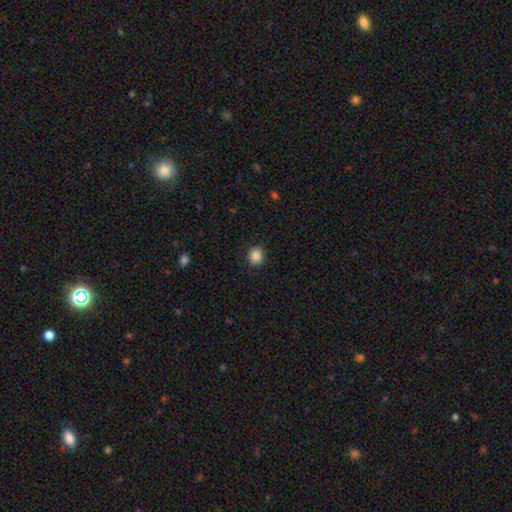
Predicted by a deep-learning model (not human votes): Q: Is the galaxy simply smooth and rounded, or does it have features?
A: smooth — 87%.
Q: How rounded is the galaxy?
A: round — 80%.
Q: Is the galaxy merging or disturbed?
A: none — 91%.